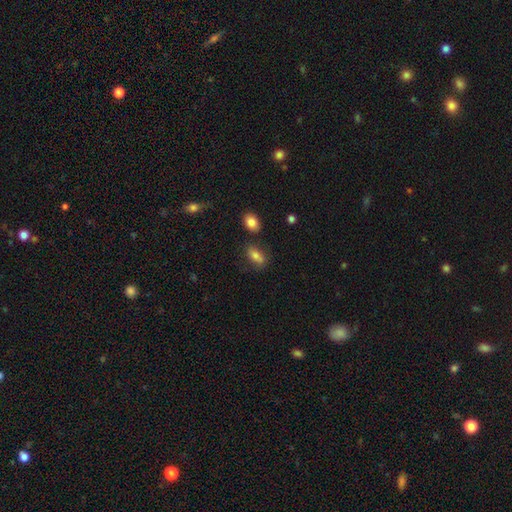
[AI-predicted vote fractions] smooth-or-featured: smooth: 75% | featured or disk: 15% | star or artifact: 10%
  how-rounded: in between: 84% | round: 9% | cigar-shaped: 7%
  merging: none: 65% | minor disturbance: 18% | merger: 10% | major disturbance: 6%